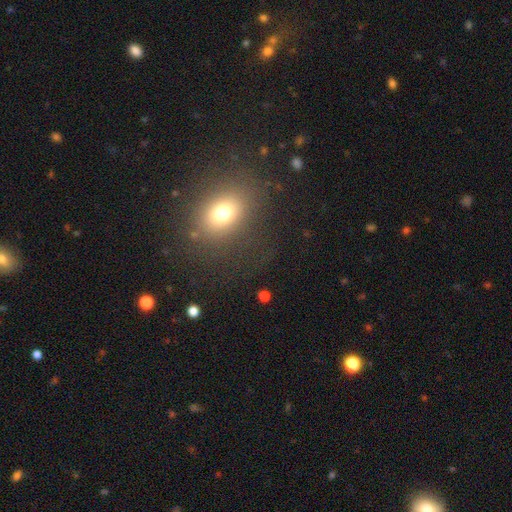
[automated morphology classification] Overall: smooth (65%). How rounded: in between (56%; round 41%). Merging: none (86%).